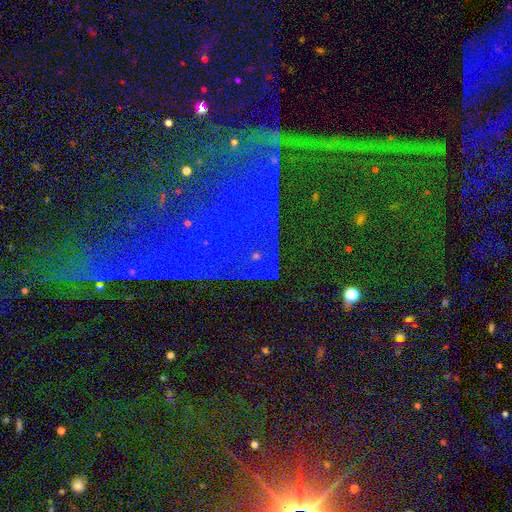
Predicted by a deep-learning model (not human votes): Smooth or featured? Predicted: star or artifact (p=0.83).